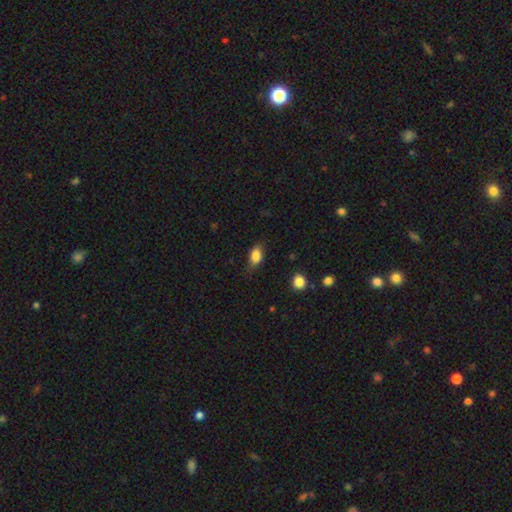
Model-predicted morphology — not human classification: The model was most divided on "merging": none: 70%, minor disturbance: 23%, major disturbance: 6%, merger: 1%. More confident: how rounded — in between (85%); smooth or featured — smooth (83%).